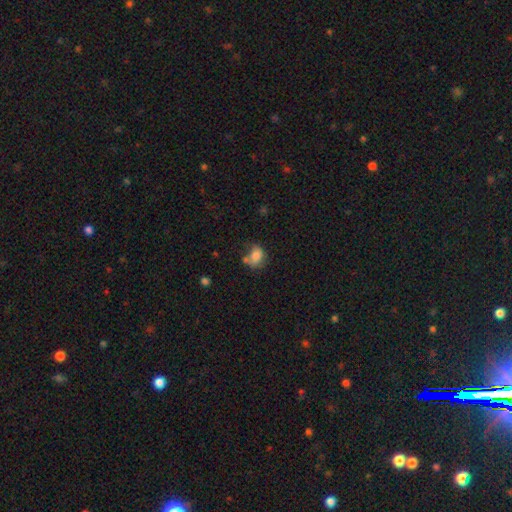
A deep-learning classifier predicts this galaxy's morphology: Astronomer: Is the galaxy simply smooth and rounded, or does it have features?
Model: smooth — 76%.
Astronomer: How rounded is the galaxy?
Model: in between — 58% (runner-up: round, 41%).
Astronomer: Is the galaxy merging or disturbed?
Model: none — 41% (runner-up: minor disturbance, 27%).